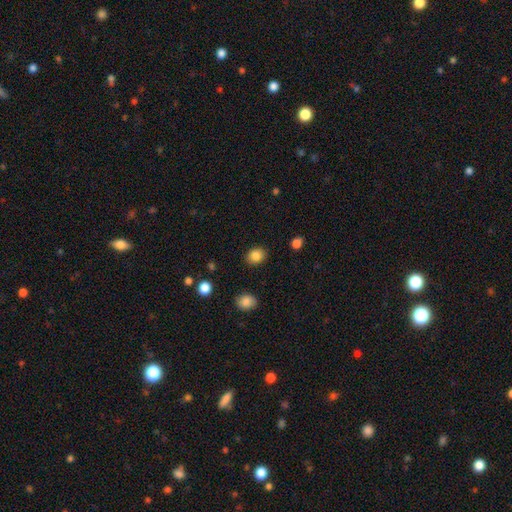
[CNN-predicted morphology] smooth 85%, star or artifact 10%, featured or disk 5%. Down the decision tree: how rounded — round (52%); merging — none (89%).